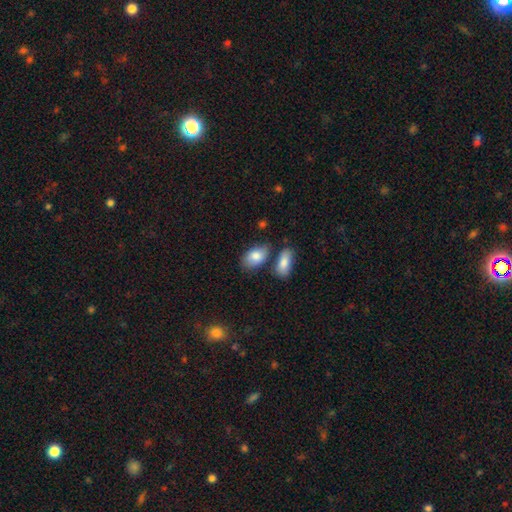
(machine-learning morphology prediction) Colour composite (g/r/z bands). It shows a smooth galaxy with no disk features (83%) that is in between round and cigar-shaped (93%). Merging: none (66%).